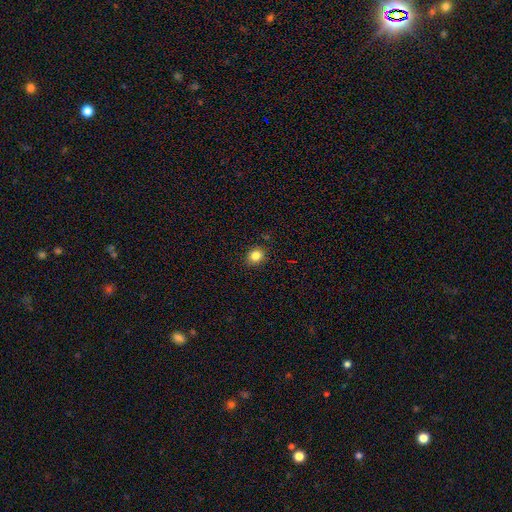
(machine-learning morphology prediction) smooth 83%, star or artifact 11%, featured or disk 5%. Down the decision tree: how rounded — round (72%); merging — none (88%).